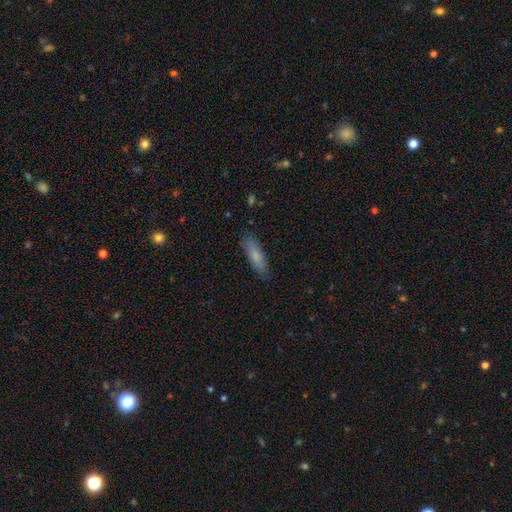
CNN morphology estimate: This appears to be a smooth galaxy with no disk features (78%) that is cigar-shaped (58%). Merging: none (83%).